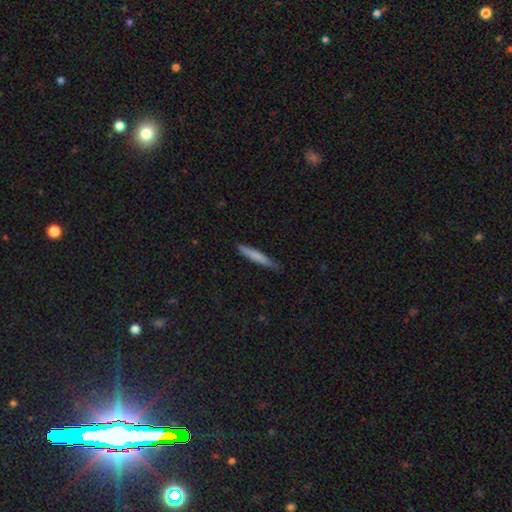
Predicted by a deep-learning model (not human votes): This appears to be a smooth galaxy with no disk features (75%) that is cigar-shaped (94%). Merging: none (81%).